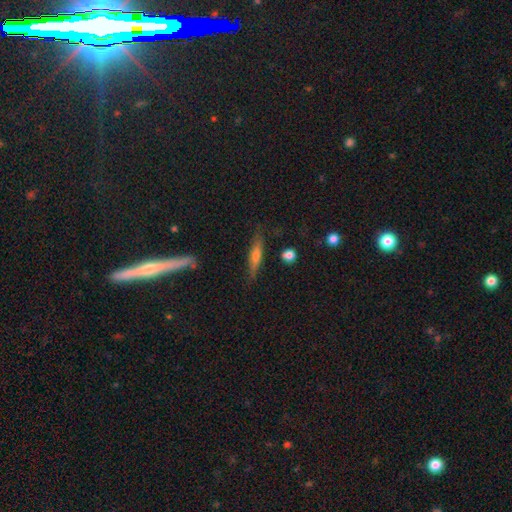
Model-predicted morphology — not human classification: This is possibly a featured or disk galaxy (48%). Merging: clearly none (80%).